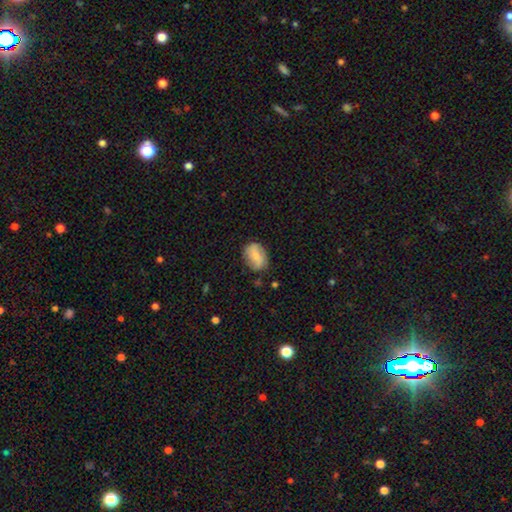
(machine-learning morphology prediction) Q: Smooth or featured?
A: smooth (69%); runner-up: featured or disk (23%)
Q: How rounded?
A: in between (78%); runner-up: round (20%)
Q: Merging?
A: none (71%); runner-up: minor disturbance (21%)